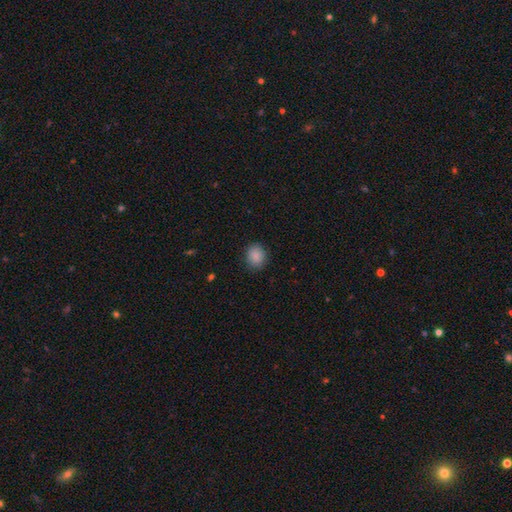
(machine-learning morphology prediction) A smooth galaxy with no disk features (88%) that is round (56%). Merging: none (85%).